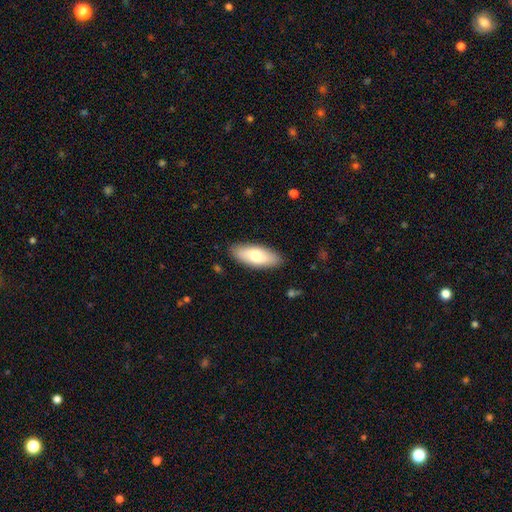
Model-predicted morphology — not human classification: Smooth or featured? smooth (70%)
How rounded? in between (76%)
Merging? none (88%)